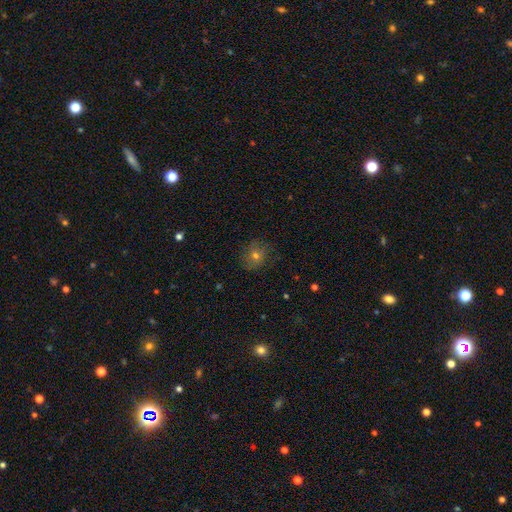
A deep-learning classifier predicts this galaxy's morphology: A smooth galaxy with no disk features (53%) that is round (76%). Merging: none (78%).